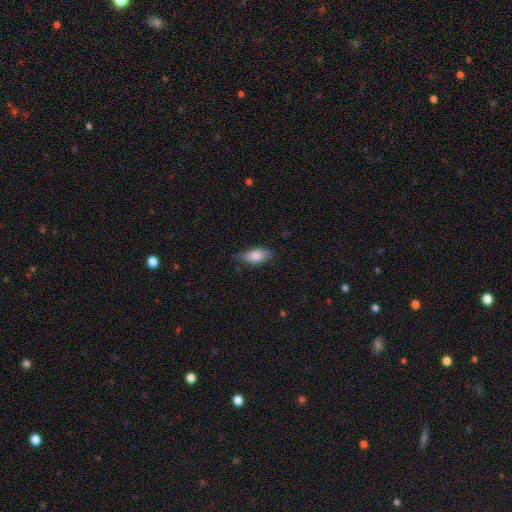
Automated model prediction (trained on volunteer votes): Smooth or featured? Predicted: smooth (p=0.81). How rounded? Predicted: in between (p=0.88). Merging? Predicted: none (p=0.69).